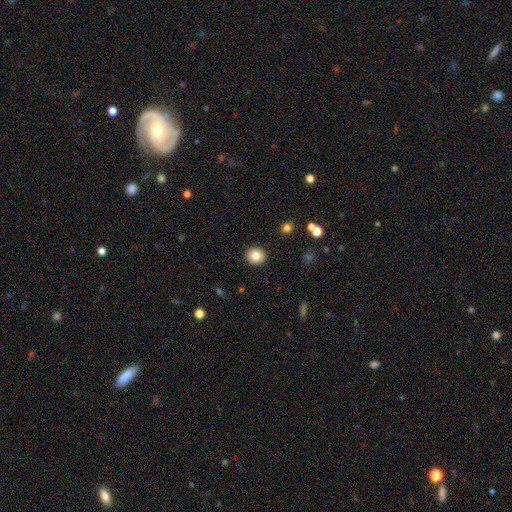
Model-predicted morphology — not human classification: type=smooth (83%); roundness=round (83%); merging=none (92%).